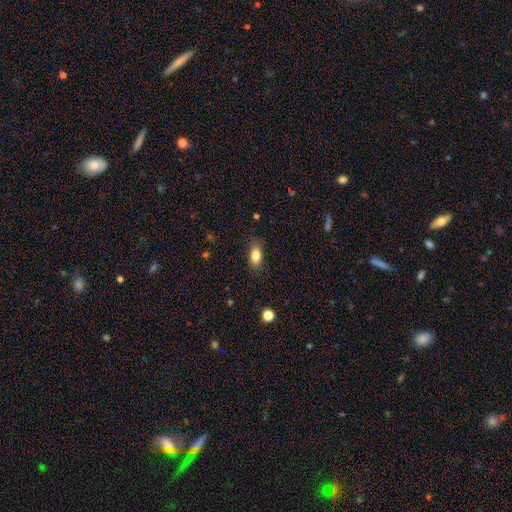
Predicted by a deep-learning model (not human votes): Morphology: type=smooth (84%); roundness=in between (86%); merging=none (83%).